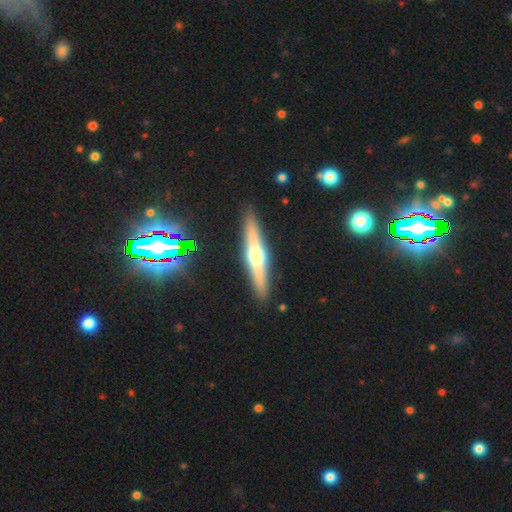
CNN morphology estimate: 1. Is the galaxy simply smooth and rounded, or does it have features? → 63% featured or disk, 30% smooth, 7% star or artifact.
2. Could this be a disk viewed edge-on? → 95% yes, 5% no.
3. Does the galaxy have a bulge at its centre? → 93% rounded, 4% boxy, 3% none.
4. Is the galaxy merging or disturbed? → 90% none, 7% minor disturbance, 2% major disturbance, 1% merger.